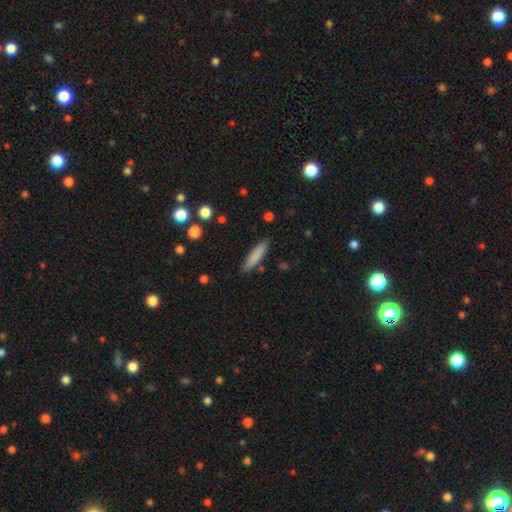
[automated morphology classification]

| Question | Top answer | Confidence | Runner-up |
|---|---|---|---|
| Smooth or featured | smooth | 83% | featured or disk (10%) |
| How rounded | cigar-shaped | 76% | in between (23%) |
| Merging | none | 87% | minor disturbance (9%) |